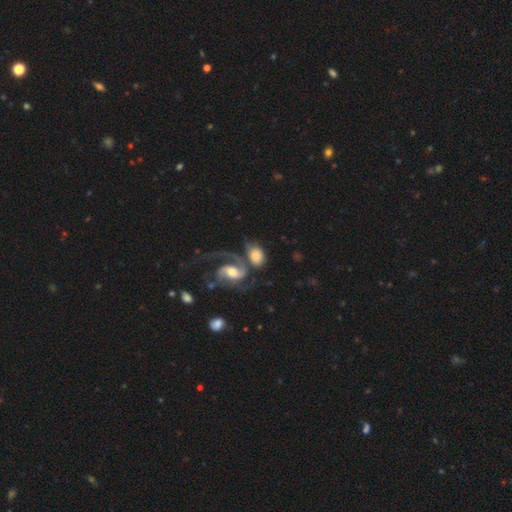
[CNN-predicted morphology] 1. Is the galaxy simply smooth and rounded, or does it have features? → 48% featured or disk, 45% smooth, 7% star or artifact.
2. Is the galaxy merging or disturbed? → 49% merger, 29% none, 12% major disturbance, 11% minor disturbance.